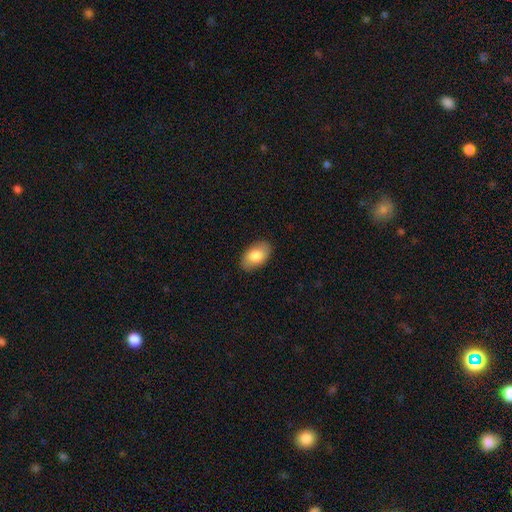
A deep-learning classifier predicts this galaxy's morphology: Smooth or featured? smooth (81%)
How rounded? in between (93%)
Merging? none (87%)